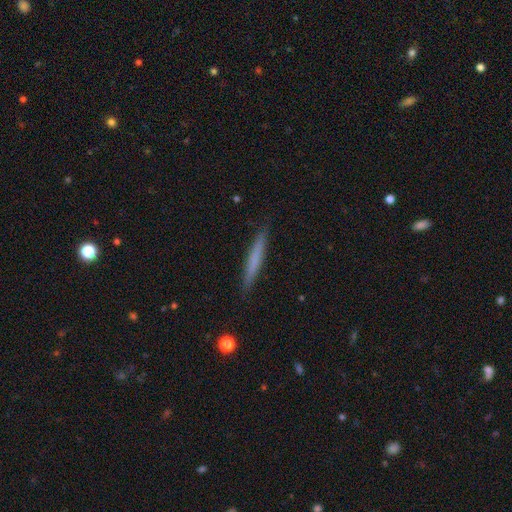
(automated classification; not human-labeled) Morphology: type=smooth (65%); roundness=cigar-shaped (96%); merging=none (90%).